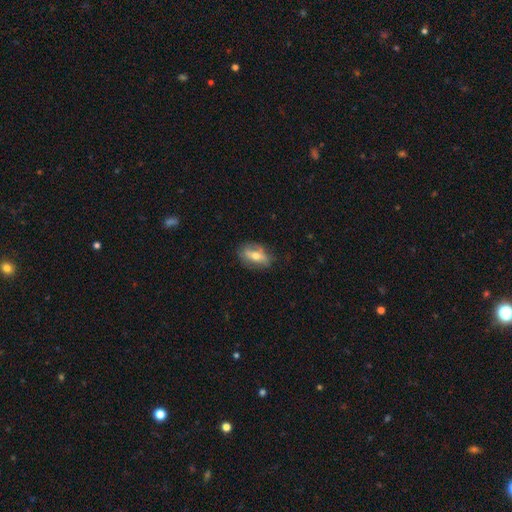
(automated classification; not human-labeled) Smooth or featured?
  - featured or disk: 46% *
  - smooth: 45%
  - star or artifact: 8%
Merging?
  - none: 75% *
  - minor disturbance: 18%
  - major disturbance: 5%
  - merger: 2%